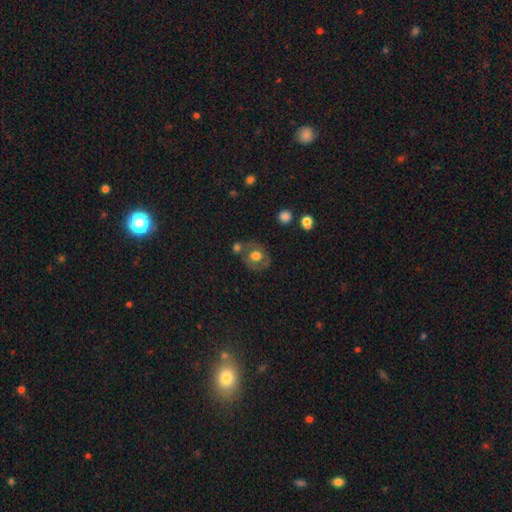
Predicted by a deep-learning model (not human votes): Q: Smooth or featured?
A: smooth (54%); runner-up: featured or disk (37%)
Q: How rounded?
A: round (70%); runner-up: in between (29%)
Q: Merging?
A: none (60%); runner-up: minor disturbance (17%)